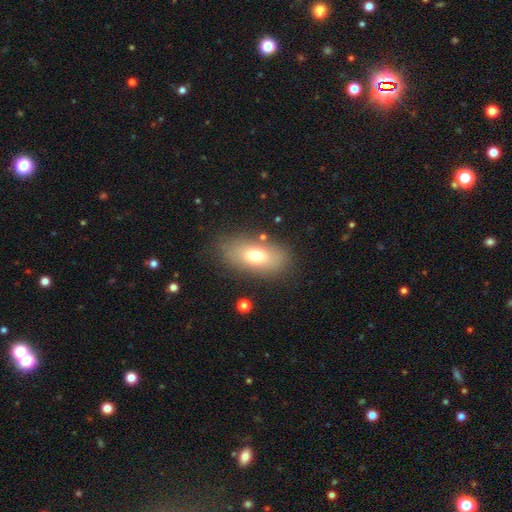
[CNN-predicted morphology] Smooth or featured: smooth — 71% (featured or disk — 19%)
How rounded: in between — 87% (round — 8%)
Merging: none — 80% (minor disturbance — 12%)